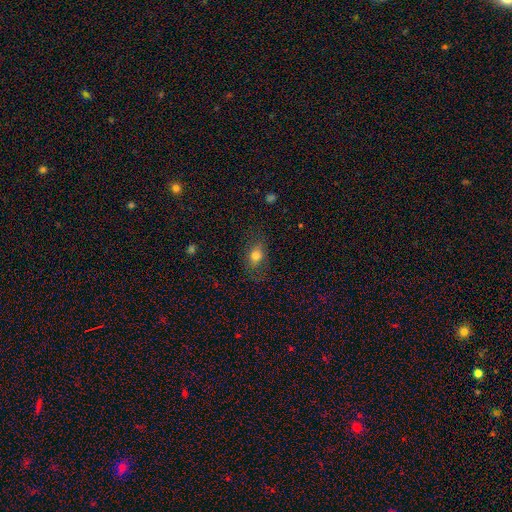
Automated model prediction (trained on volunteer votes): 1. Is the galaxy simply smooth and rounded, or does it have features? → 76% smooth, 13% featured or disk, 11% star or artifact.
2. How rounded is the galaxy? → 68% in between, 30% round, 3% cigar-shaped.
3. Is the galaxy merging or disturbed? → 71% none, 19% minor disturbance, 9% major disturbance, 1% merger.